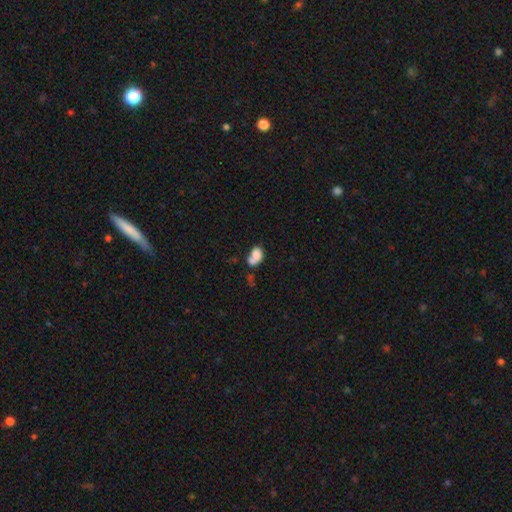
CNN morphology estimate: smooth-or-featured: smooth: 76% | featured or disk: 14% | star or artifact: 10%
  how-rounded: in between: 75% | round: 23% | cigar-shaped: 2%
  merging: merger: 47% | none: 27% | minor disturbance: 16% | major disturbance: 10%